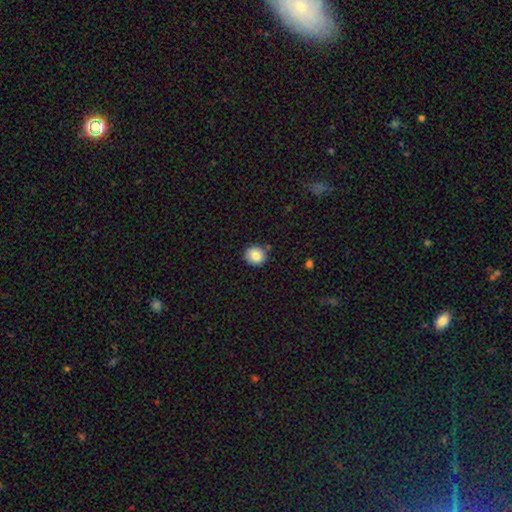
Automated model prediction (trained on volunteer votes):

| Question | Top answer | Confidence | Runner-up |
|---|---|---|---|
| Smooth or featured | smooth | 83% | star or artifact (9%) |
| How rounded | round | 79% | in between (20%) |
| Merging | none | 85% | minor disturbance (10%) |